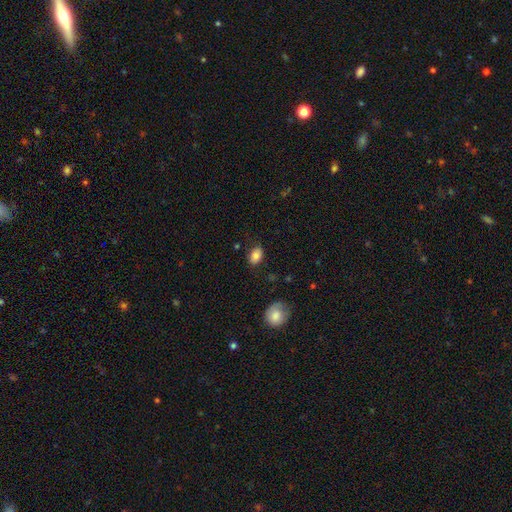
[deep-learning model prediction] This is clearly a smooth galaxy (84%). How rounded: clearly in between (83%). Merging: clearly none (81%).